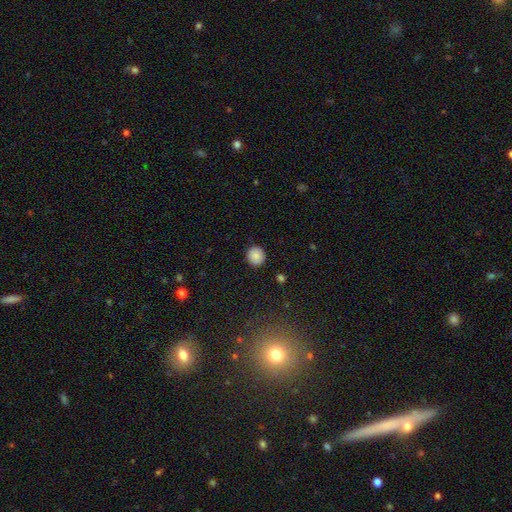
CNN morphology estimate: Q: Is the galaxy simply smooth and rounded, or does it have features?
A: smooth — 87%.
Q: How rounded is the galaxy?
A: round — 90%.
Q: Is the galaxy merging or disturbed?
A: none — 90%.